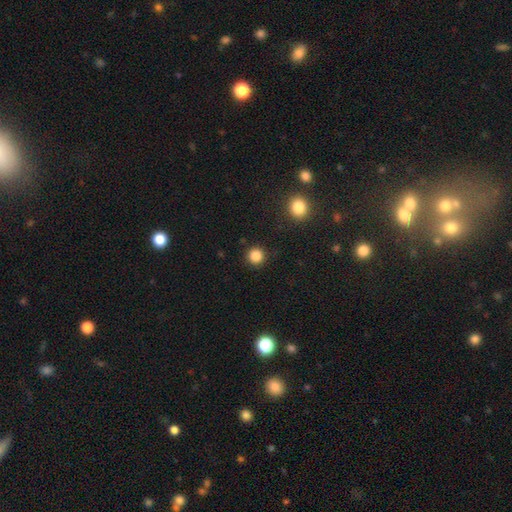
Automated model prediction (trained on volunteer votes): This is clearly a smooth galaxy (85%). How rounded: clearly round (95%). Merging: clearly none (92%).